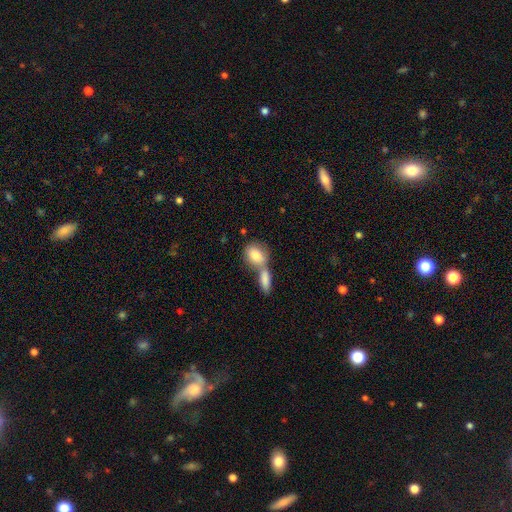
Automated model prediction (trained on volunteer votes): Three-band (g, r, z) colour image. It shows a smooth galaxy with no disk features (82%) that is in between round and cigar-shaped (72%). Merging: merger (57%).